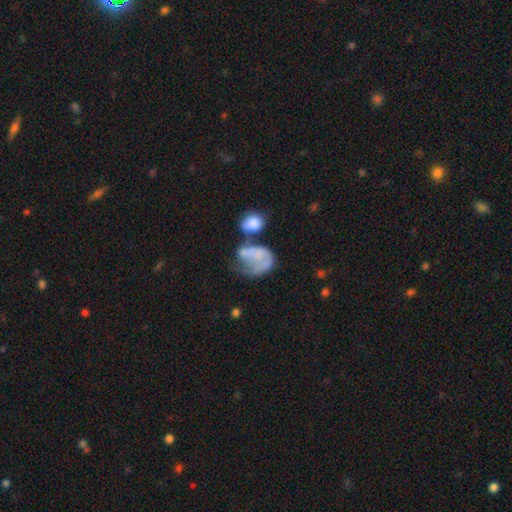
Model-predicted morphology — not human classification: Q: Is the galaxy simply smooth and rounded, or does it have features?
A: smooth — 48%.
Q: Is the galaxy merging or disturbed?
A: major disturbance — 38%.